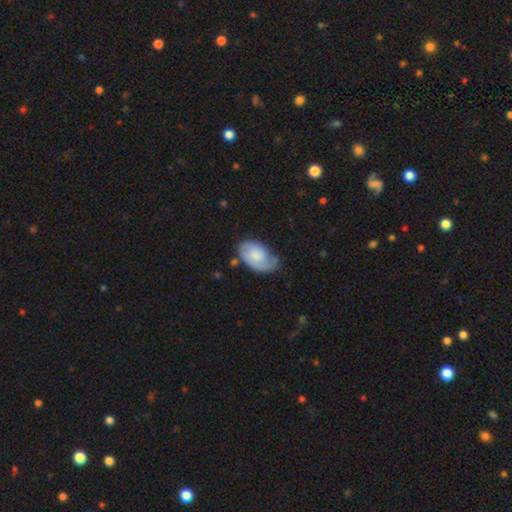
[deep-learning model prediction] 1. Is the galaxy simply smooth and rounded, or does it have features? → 55% smooth, 39% featured or disk, 6% star or artifact.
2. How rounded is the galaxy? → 91% in between, 8% round, 1% cigar-shaped.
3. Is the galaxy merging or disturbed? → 49% none, 33% minor disturbance, 14% major disturbance, 5% merger.